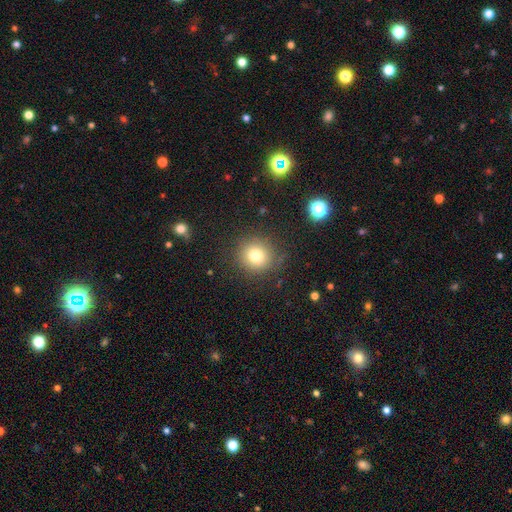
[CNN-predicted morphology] smooth 77%, star or artifact 13%, featured or disk 9%. Down the decision tree: how rounded — round (90%); merging — none (85%).